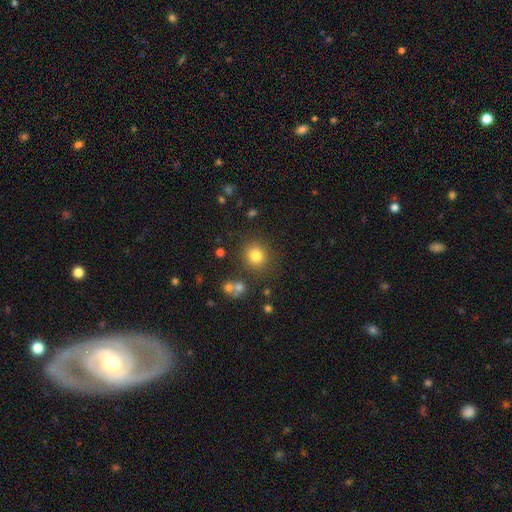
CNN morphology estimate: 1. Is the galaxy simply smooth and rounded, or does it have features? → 80% smooth, 13% star or artifact, 7% featured or disk.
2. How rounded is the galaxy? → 83% round, 16% in between, 1% cigar-shaped.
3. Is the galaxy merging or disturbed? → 83% none, 9% minor disturbance, 5% merger, 3% major disturbance.